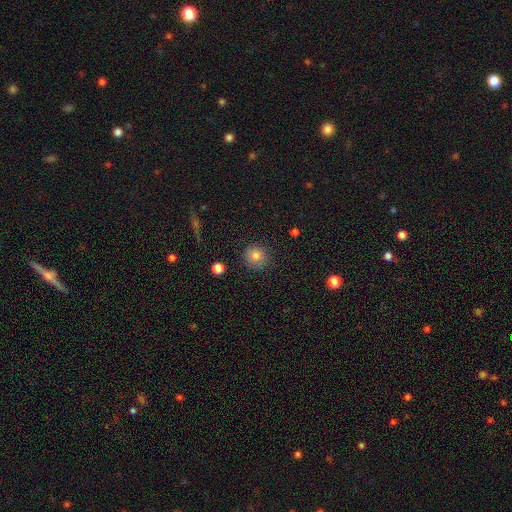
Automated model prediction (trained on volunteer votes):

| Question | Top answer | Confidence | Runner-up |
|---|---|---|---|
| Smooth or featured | smooth | 80% | star or artifact (11%) |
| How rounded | round | 92% | in between (7%) |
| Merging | none | 87% | minor disturbance (9%) |